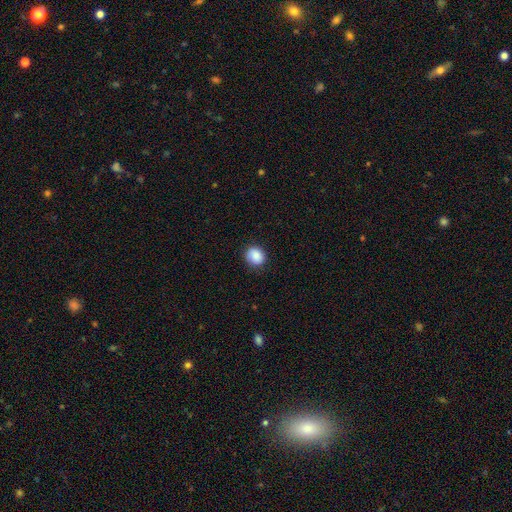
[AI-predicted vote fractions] Overall: smooth (86%). How rounded: round (76%). Merging: none (83%).